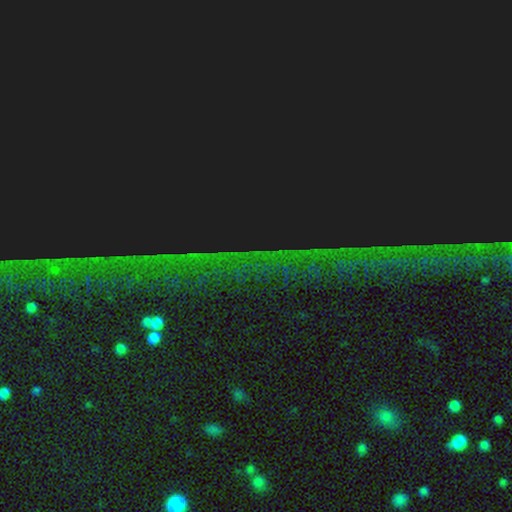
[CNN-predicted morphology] Smooth or featured?
  - star or artifact: 85% *
  - featured or disk: 7%
  - smooth: 7%